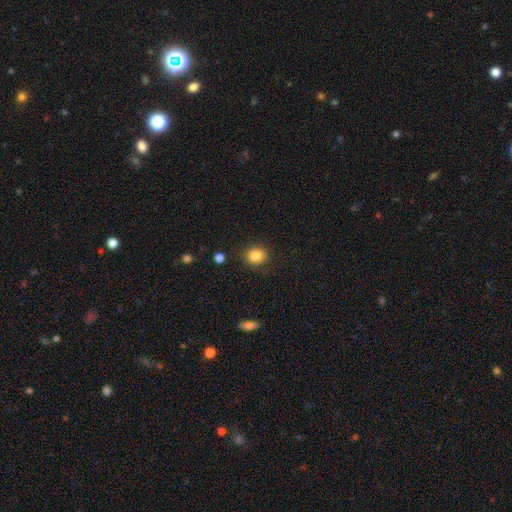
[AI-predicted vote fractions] Smooth or featured: smooth — 86% (star or artifact — 10%)
How rounded: round — 71% (in between — 28%)
Merging: none — 87% (minor disturbance — 9%)